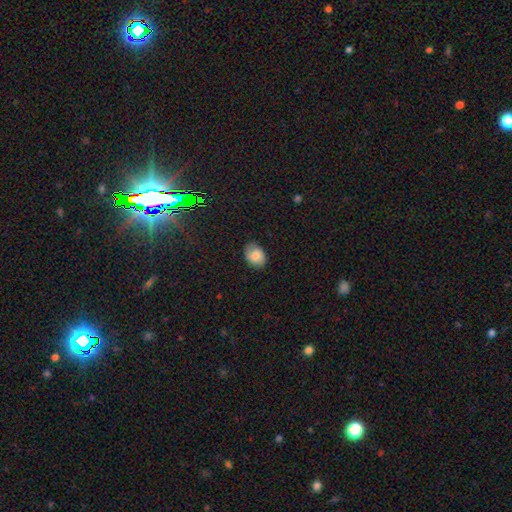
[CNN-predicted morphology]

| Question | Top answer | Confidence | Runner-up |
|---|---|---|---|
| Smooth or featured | smooth | 80% | featured or disk (12%) |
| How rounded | in between | 68% | round (31%) |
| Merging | none | 80% | minor disturbance (16%) |